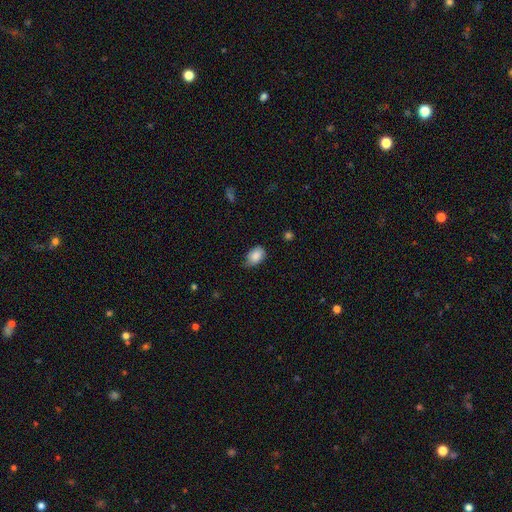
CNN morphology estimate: This appears to be a smooth galaxy with no disk features (87%) that is in between round and cigar-shaped (85%). Merging: none (59%).